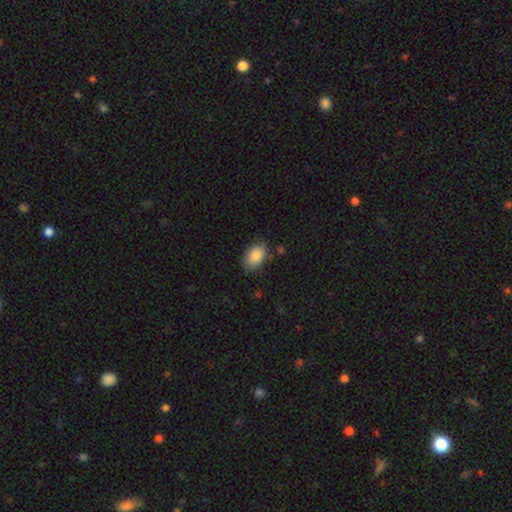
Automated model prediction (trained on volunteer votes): smooth 87%, star or artifact 7%, featured or disk 7%. Down the decision tree: how rounded — in between (88%); merging — none (73%).